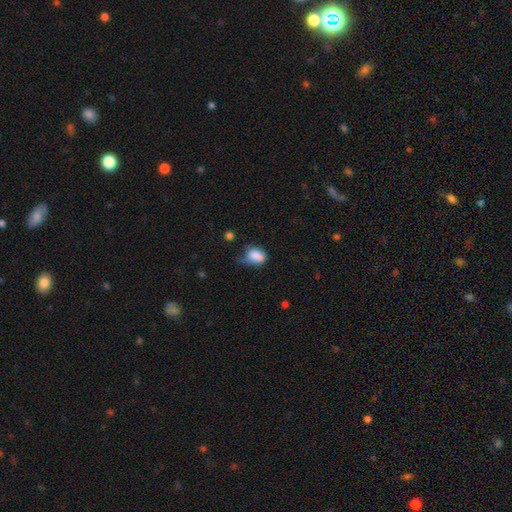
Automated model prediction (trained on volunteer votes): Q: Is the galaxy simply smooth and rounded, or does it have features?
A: smooth — 81%.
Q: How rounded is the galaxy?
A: in between — 69%.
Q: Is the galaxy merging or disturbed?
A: minor disturbance — 40%.